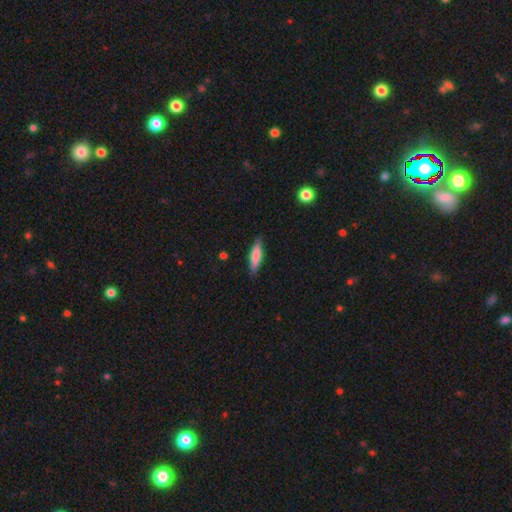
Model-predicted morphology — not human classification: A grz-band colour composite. It shows a smooth galaxy with no disk features (75%) that is cigar-shaped (71%). Merging: none (86%).